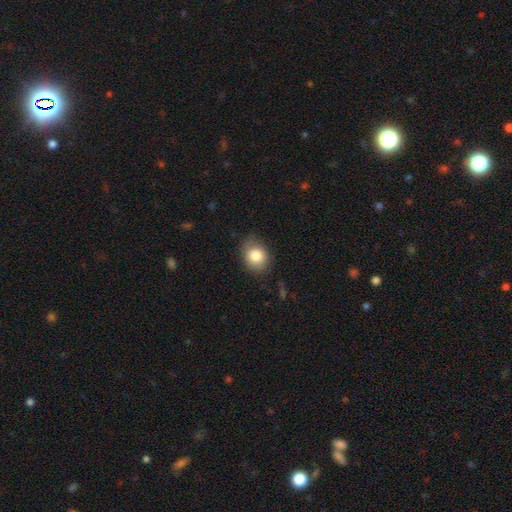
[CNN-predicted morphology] smooth_or_featured: smooth (p=0.83) [alt: featured or disk p=0.09]
how_rounded: round (p=0.52) [alt: in between p=0.47]
merging: none (p=0.74) [alt: minor disturbance p=0.21]